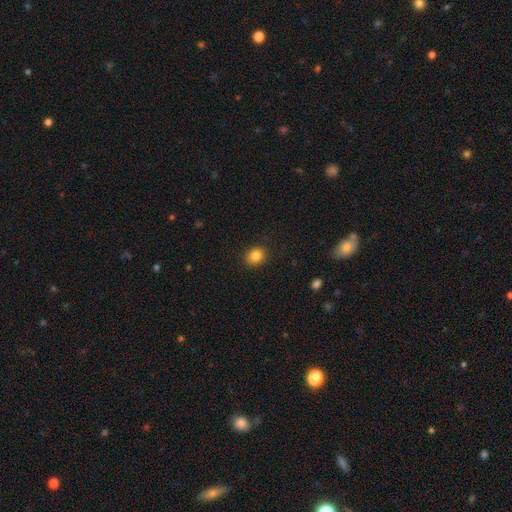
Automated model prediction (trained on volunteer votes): Smooth or featured: smooth — 84% (star or artifact — 10%)
How rounded: round — 58% (in between — 41%)
Merging: none — 89% (minor disturbance — 8%)